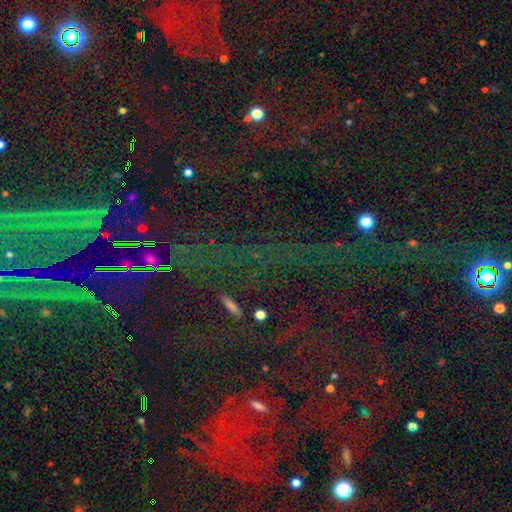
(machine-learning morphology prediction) Smooth or featured? Predicted: star or artifact (p=0.82).